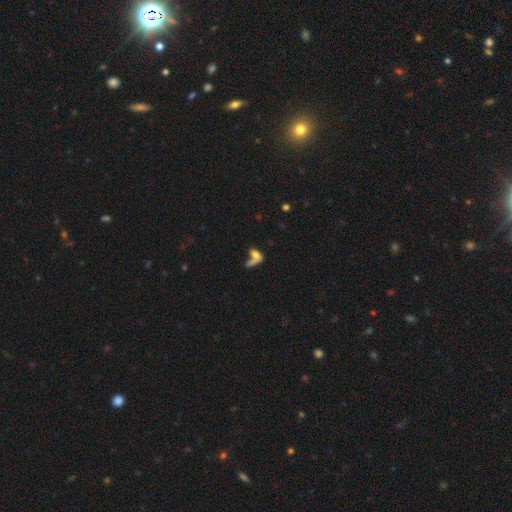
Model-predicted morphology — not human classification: Smooth or featured? smooth (57%)
How rounded? in between (65%)
Merging? merger (41%)